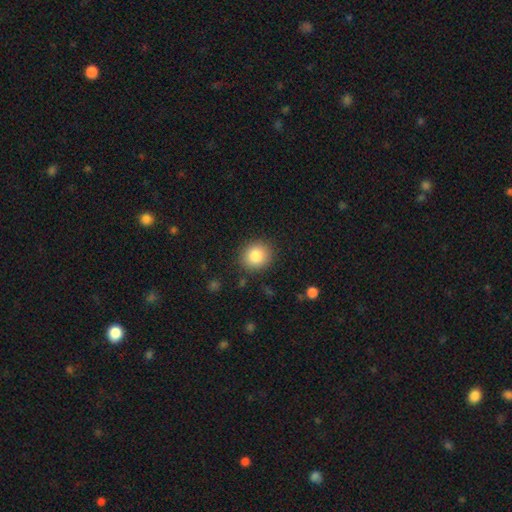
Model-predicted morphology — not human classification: Smooth or featured?
  - smooth: 85% *
  - star or artifact: 9%
  - featured or disk: 6%
How rounded?
  - round: 82% *
  - in between: 17%
  - cigar-shaped: 1%
Merging?
  - none: 89% *
  - minor disturbance: 8%
  - major disturbance: 2%
  - merger: 1%